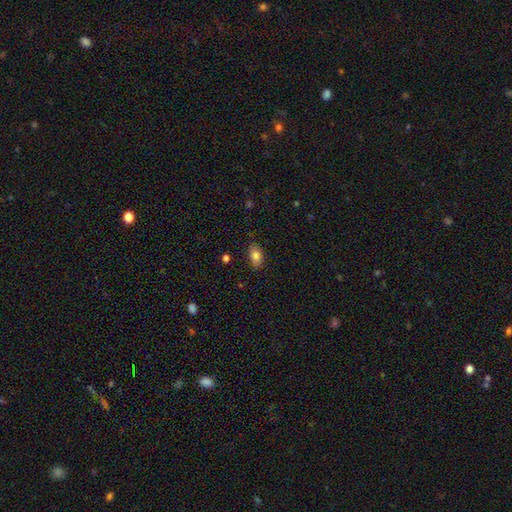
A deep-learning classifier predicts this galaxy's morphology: Smooth or featured? smooth (81%)
How rounded? in between (89%)
Merging? none (82%)